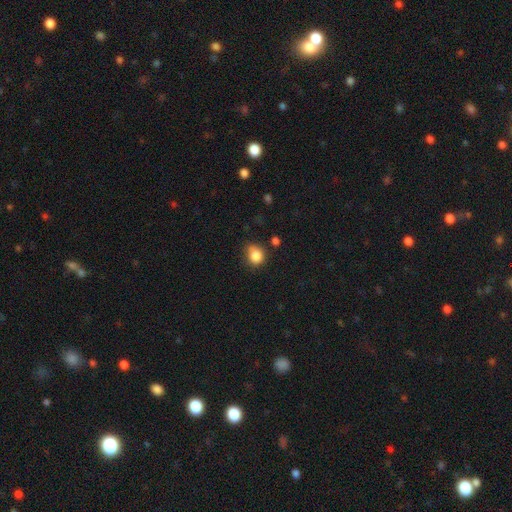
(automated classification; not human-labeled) Smooth or featured? smooth (84%)
How rounded? round (71%)
Merging? none (59%)